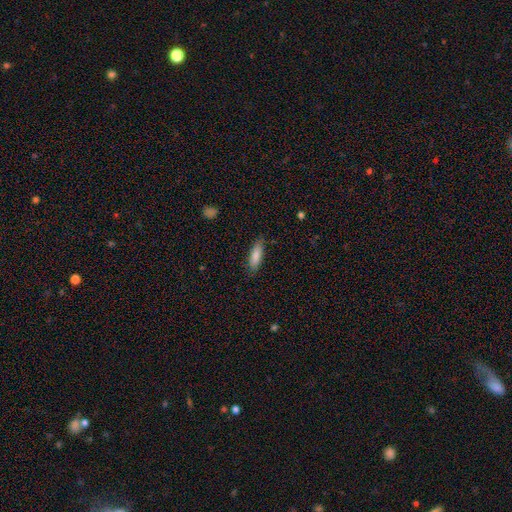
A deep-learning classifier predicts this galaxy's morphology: type=smooth (83%); roundness=cigar-shaped (50%); merging=none (82%).